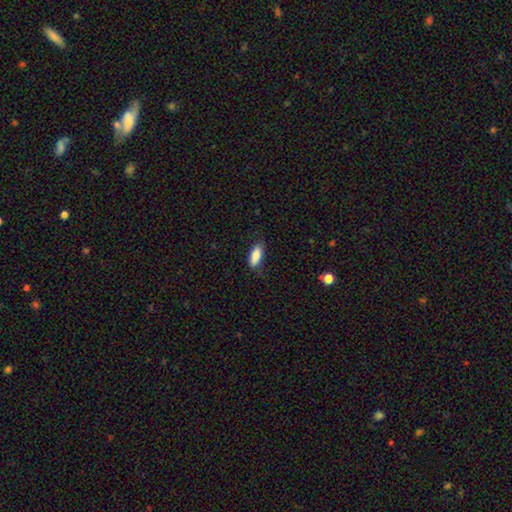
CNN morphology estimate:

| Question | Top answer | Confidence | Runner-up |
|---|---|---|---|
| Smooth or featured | smooth | 87% | featured or disk (7%) |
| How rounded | in between | 72% | cigar-shaped (26%) |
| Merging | none | 79% | minor disturbance (17%) |